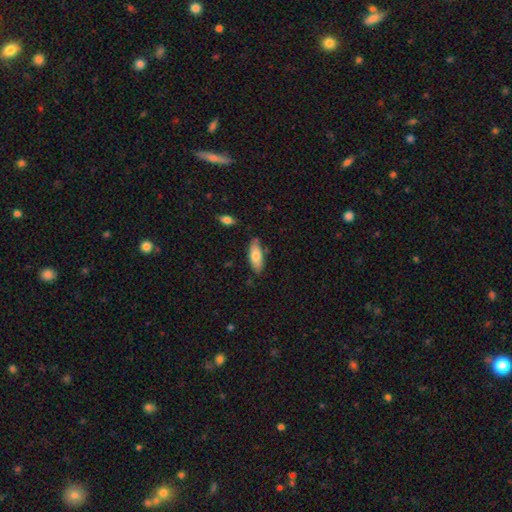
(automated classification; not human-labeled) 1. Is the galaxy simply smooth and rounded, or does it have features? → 76% smooth, 18% featured or disk, 6% star or artifact.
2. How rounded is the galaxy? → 74% in between, 24% cigar-shaped, 2% round.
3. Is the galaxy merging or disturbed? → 78% none, 17% minor disturbance, 3% merger, 3% major disturbance.